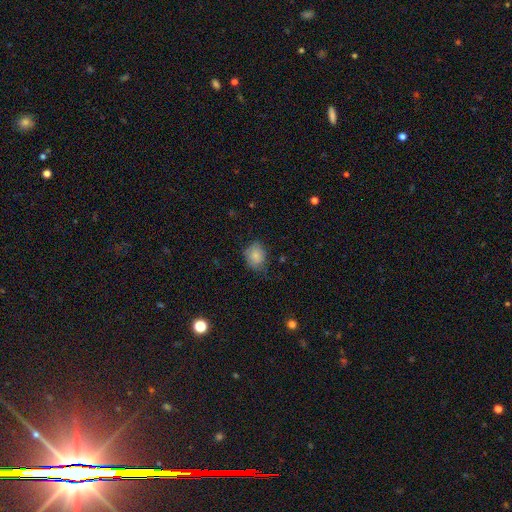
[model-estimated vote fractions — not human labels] A smooth galaxy with no disk features (84%) that is in between round and cigar-shaped (53%).

Vote fractions:
- Smooth or featured? smooth: 84% / star or artifact: 9% / featured or disk: 8%
- How rounded? in between: 53% / round: 46% / cigar-shaped: 1%
- Merging? none: 64% / minor disturbance: 28% / major disturbance: 7% / merger: 1%